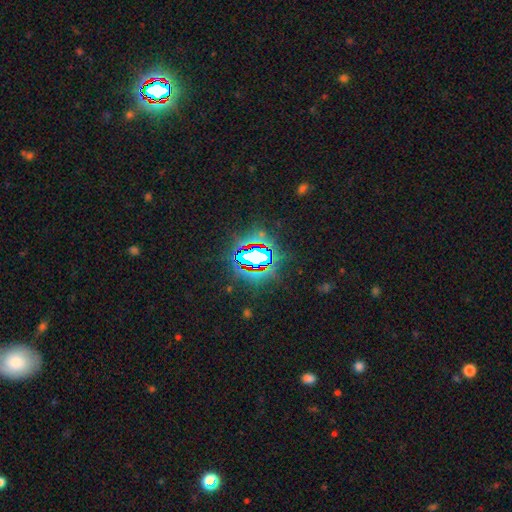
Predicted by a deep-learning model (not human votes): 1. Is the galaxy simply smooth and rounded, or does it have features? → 75% star or artifact, 14% smooth, 11% featured or disk.